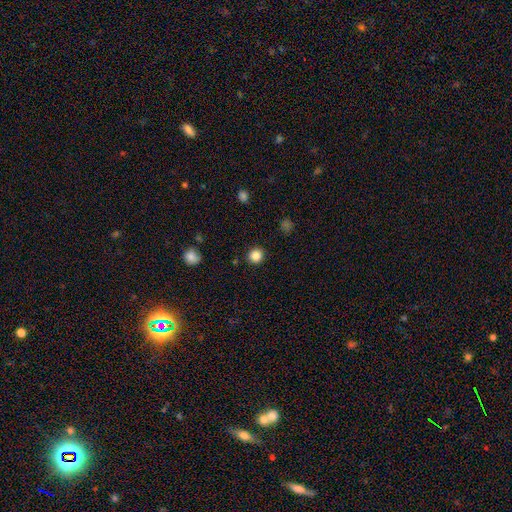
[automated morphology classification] smooth-or-featured: smooth: 85% | star or artifact: 11% | featured or disk: 3%
  how-rounded: round: 93% | in between: 6% | cigar-shaped: 1%
  merging: none: 91% | minor disturbance: 5% | major disturbance: 2% | merger: 1%